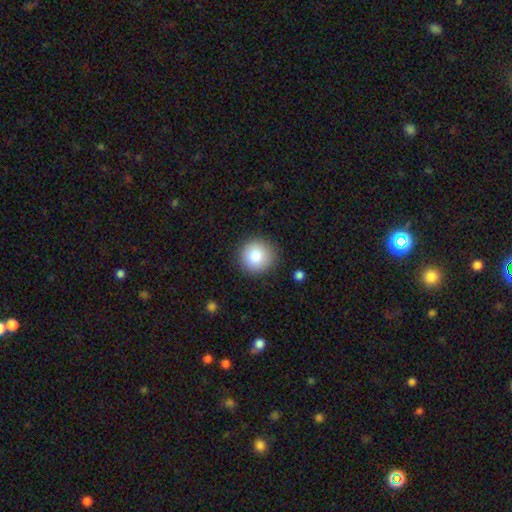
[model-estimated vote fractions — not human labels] This appears to be a smooth galaxy with no disk features (83%) that is round (93%). Merging: none (88%).